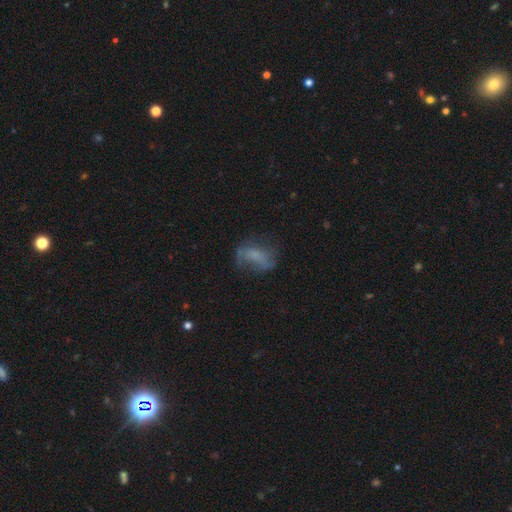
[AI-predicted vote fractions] This is possibly a smooth galaxy (46%). Merging: marginally none (45%).